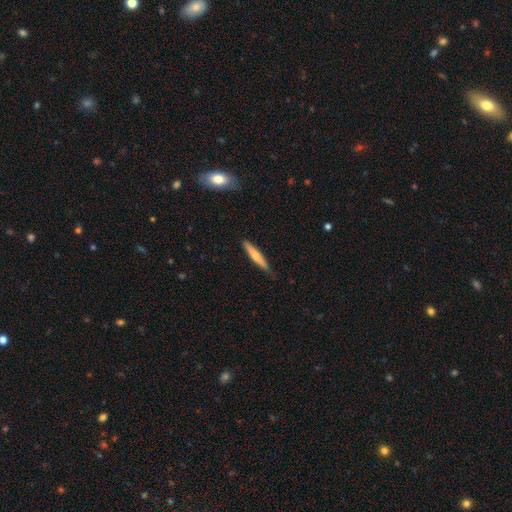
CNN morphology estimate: The model was most divided on "smooth or featured": smooth: 59%, featured or disk: 36%, star or artifact: 5%. More confident: how rounded — cigar-shaped (91%); merging — none (85%).